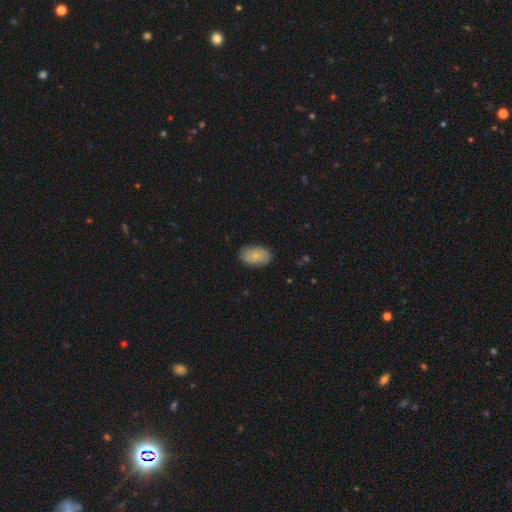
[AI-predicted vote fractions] Smooth or featured?
  - smooth: 67% *
  - featured or disk: 27%
  - star or artifact: 6%
How rounded?
  - in between: 89% *
  - round: 10%
  - cigar-shaped: 1%
Merging?
  - none: 80% *
  - minor disturbance: 16%
  - major disturbance: 3%
  - merger: 1%